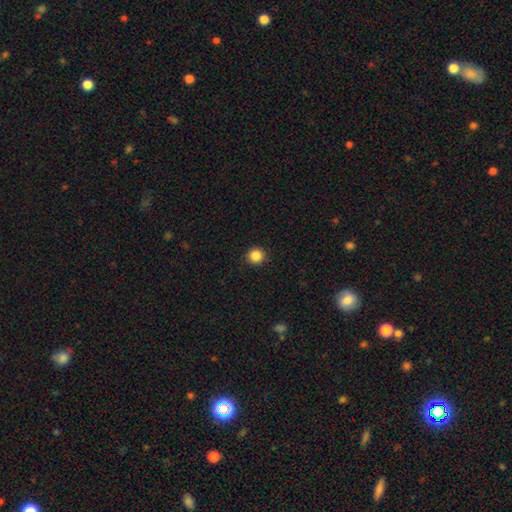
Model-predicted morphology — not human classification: This is clearly a smooth galaxy (86%). How rounded: clearly round (95%). Merging: clearly none (92%).